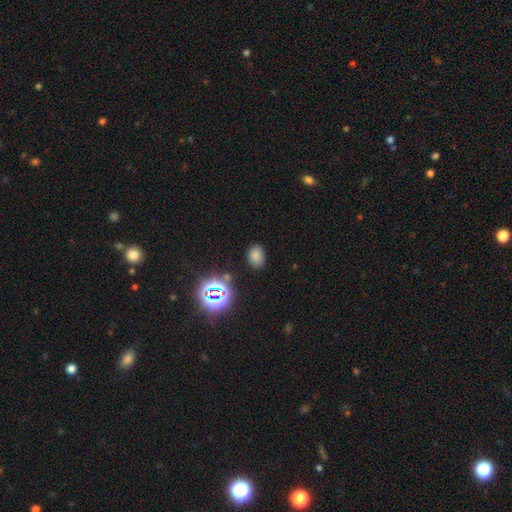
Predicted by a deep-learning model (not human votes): Morphology: type=smooth (72%); roundness=in between (80%); merging=none (81%).